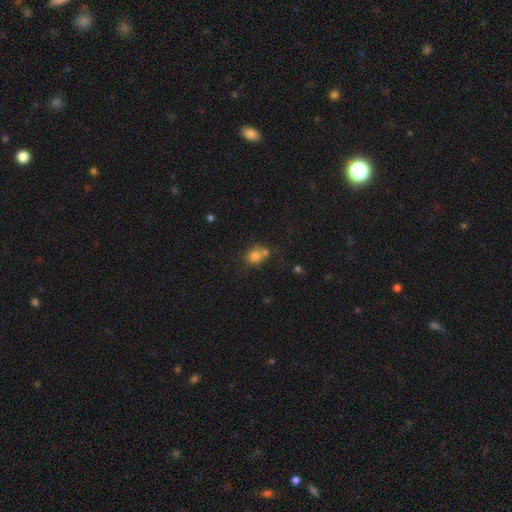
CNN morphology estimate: This appears to be a smooth galaxy with no disk features (77%) that is round (66%). Merging: none (48%).